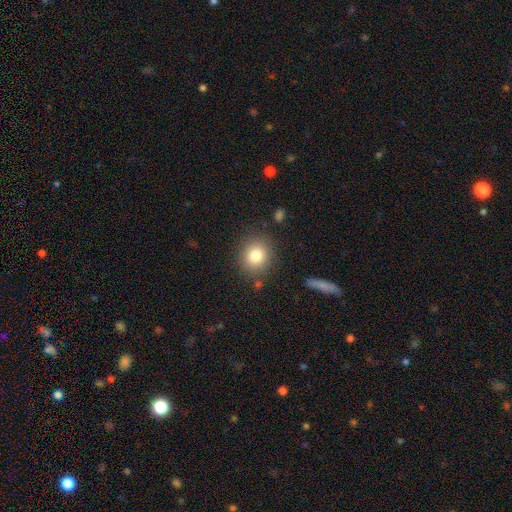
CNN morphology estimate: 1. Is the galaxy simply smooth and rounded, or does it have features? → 80% smooth, 11% star or artifact, 9% featured or disk.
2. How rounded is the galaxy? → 83% round, 16% in between, 1% cigar-shaped.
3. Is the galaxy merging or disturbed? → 85% none, 9% minor disturbance, 3% major disturbance, 3% merger.